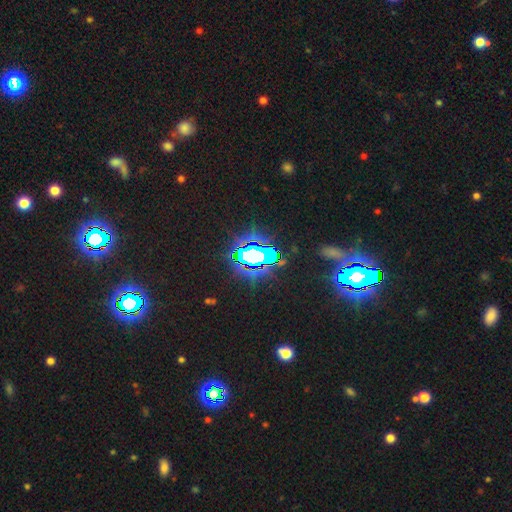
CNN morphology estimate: Smooth or featured?
  - star or artifact: 64% *
  - smooth: 20%
  - featured or disk: 16%